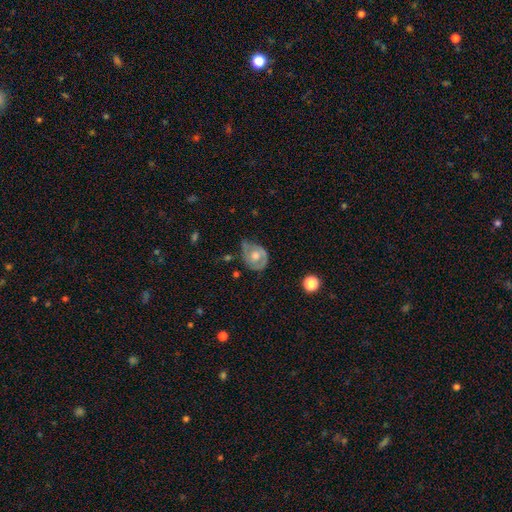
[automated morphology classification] Smooth or featured?
  - featured or disk: 55% *
  - smooth: 38%
  - star or artifact: 7%
Edge-on disk?
  - no: 96% *
  - yes: 4%
Bar?
  - no: 75% *
  - weak: 21%
  - strong: 4%
Spiral arms?
  - yes: 58% *
  - no: 42%
Bulge size?
  - moderate: 63% *
  - large: 18%
  - small: 15%
  - none: 3%
  - dominant: 2%
Merging?
  - none: 44% *
  - minor disturbance: 37%
  - major disturbance: 16%
  - merger: 4%